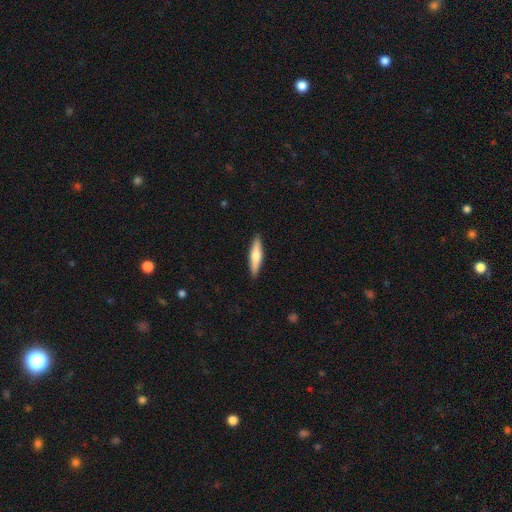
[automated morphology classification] smooth_or_featured: smooth (p=0.60) [alt: featured or disk p=0.35]
how_rounded: cigar-shaped (p=0.77) [alt: in between p=0.22]
merging: none (p=0.90) [alt: minor disturbance p=0.07]